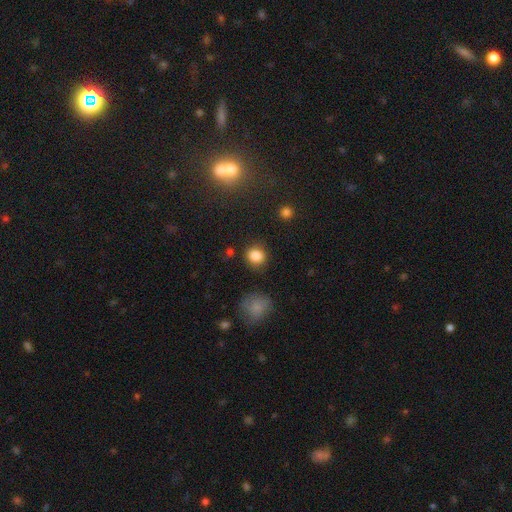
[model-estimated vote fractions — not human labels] This appears to be a smooth galaxy with no disk features (84%) that is round (82%). Merging: none (83%).